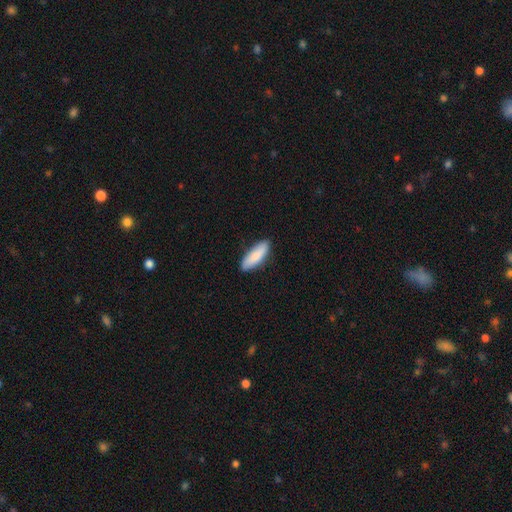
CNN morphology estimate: A smooth galaxy with no disk features (85%) that is in between round and cigar-shaped (57%). Merging: none (85%).